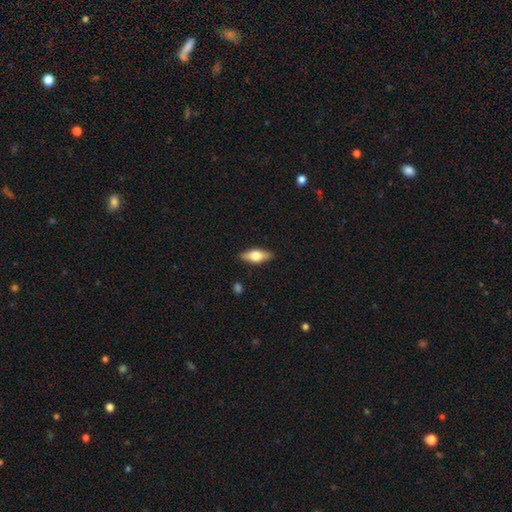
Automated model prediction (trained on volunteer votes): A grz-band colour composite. It shows a smooth galaxy with no disk features (55%) that is in between round and cigar-shaped (72%). Merging: none (89%).